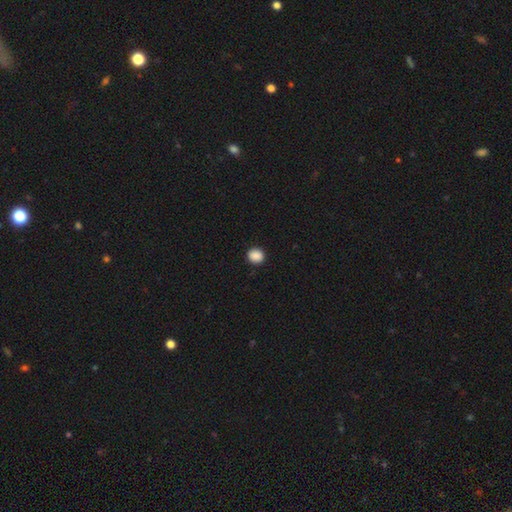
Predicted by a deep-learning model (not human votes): smooth 89%, star or artifact 9%, featured or disk 2%. Down the decision tree: how rounded — round (80%); merging — none (91%).